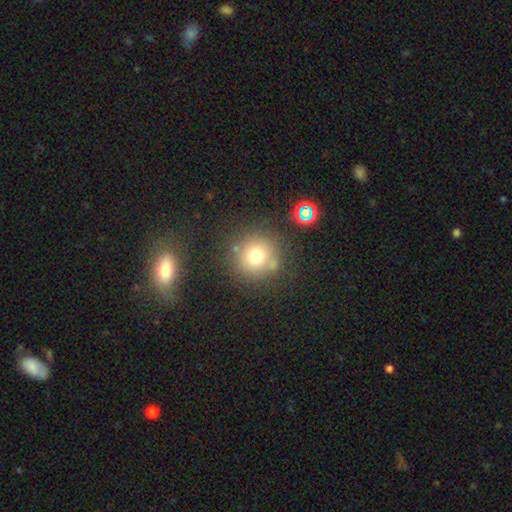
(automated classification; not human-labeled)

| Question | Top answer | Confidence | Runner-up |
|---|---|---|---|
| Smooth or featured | smooth | 73% | star or artifact (16%) |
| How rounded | round | 92% | in between (7%) |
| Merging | none | 78% | minor disturbance (11%) |